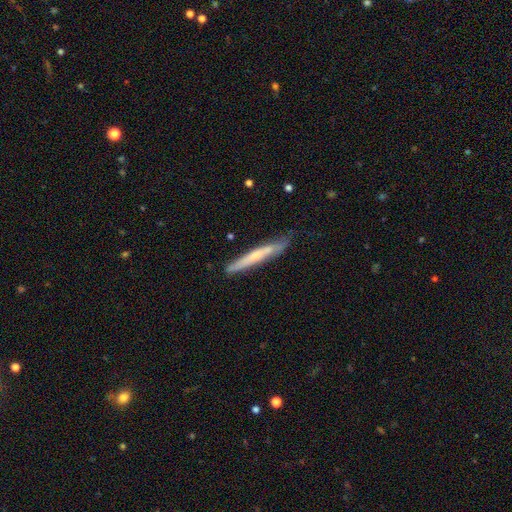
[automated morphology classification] Smooth or featured?
  - featured or disk: 47% * (tied)
  - smooth: 47% * (tied)
  - star or artifact: 6%
Merging?
  - none: 73% *
  - minor disturbance: 21%
  - major disturbance: 3%
  - merger: 2%